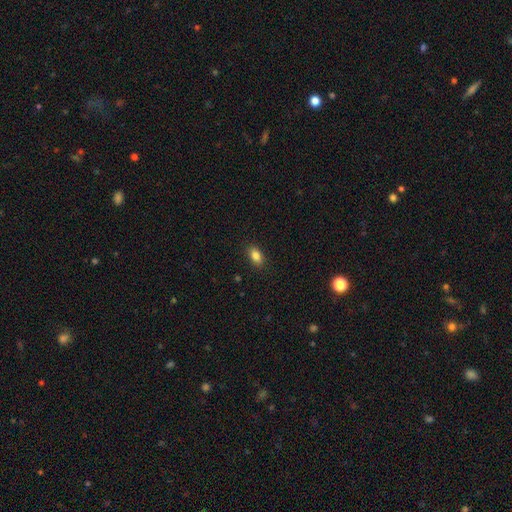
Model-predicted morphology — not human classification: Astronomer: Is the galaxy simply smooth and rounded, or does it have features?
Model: smooth — 83%.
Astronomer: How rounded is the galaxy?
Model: in between — 86%.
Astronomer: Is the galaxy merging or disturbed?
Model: none — 88%.